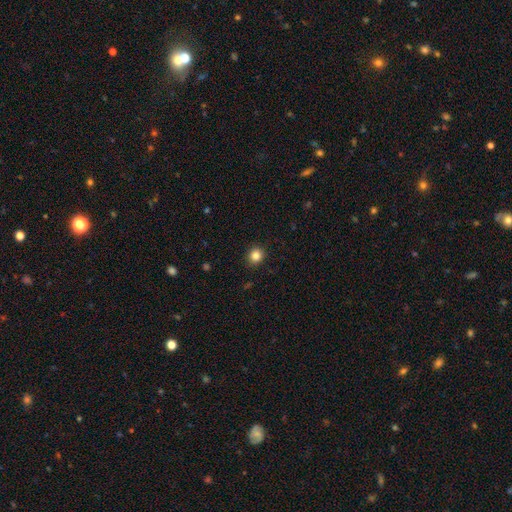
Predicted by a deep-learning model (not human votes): A smooth galaxy with no disk features (84%) that is round (86%).

Vote fractions:
- Smooth or featured? smooth: 84% / star or artifact: 11% / featured or disk: 5%
- How rounded? round: 86% / in between: 13% / cigar-shaped: 1%
- Merging? none: 91% / minor disturbance: 6% / major disturbance: 2% / merger: 1%